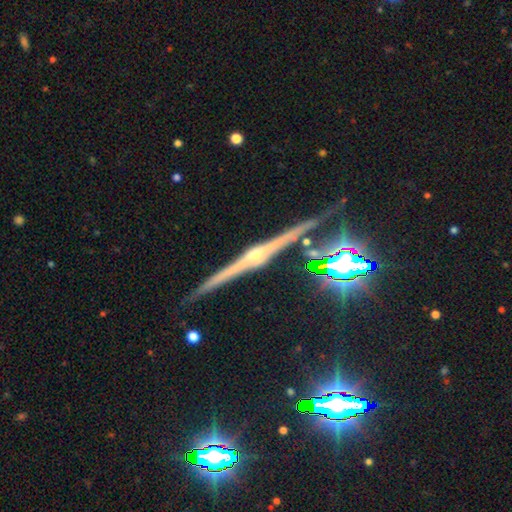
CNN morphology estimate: Smooth or featured? Predicted: featured or disk (p=0.82). Edge-on disk? Predicted: yes (p=0.98). Edge-on bulge? Predicted: rounded (p=0.87). Merging? Predicted: none (p=0.88).